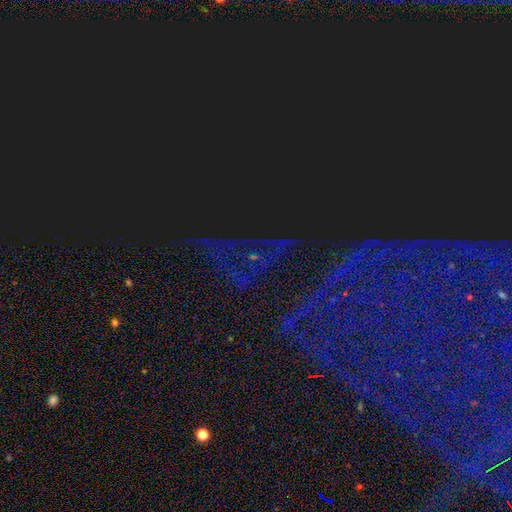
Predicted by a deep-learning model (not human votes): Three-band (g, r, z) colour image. It shows a star or artifact, not a galaxy (84%).